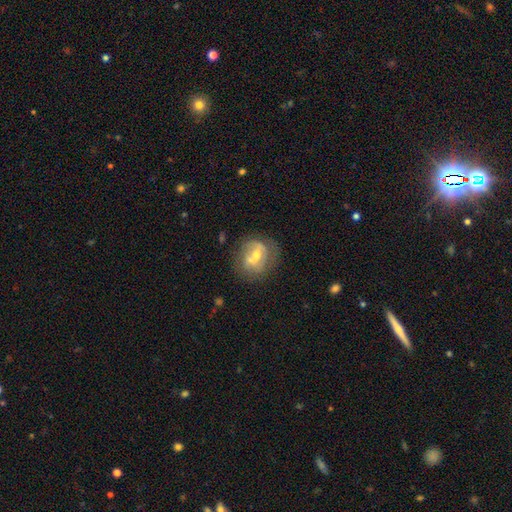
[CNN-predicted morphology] A featured or disk galaxy (55%) with no bar (50%), no spiral arms (58%) and a moderate central bulge (61%).

Vote fractions:
- Smooth or featured? featured or disk: 55% / smooth: 37% / star or artifact: 8%
- Edge-on disk? no: 96% / yes: 4%
- Bar? no: 50% / weak: 37% / strong: 13%
- Spiral arms? no: 58% / yes: 42%
- Bulge size? moderate: 61% / small: 29% / large: 5% / none: 3% / dominant: 1%
- Merging? none: 50% / minor disturbance: 23% / major disturbance: 14% / merger: 13%